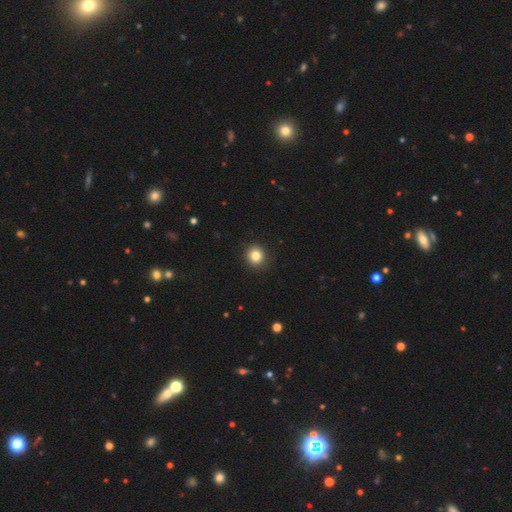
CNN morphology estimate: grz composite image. It shows a smooth galaxy with no disk features (83%) that is round (89%). Merging: none (90%).